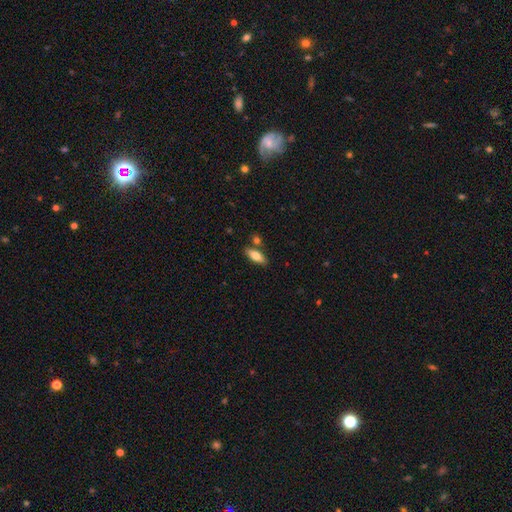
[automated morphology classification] The model was most divided on "how rounded": in between: 68%, cigar-shaped: 30%, round: 3%. More confident: merging — none (78%); smooth or featured — smooth (72%).